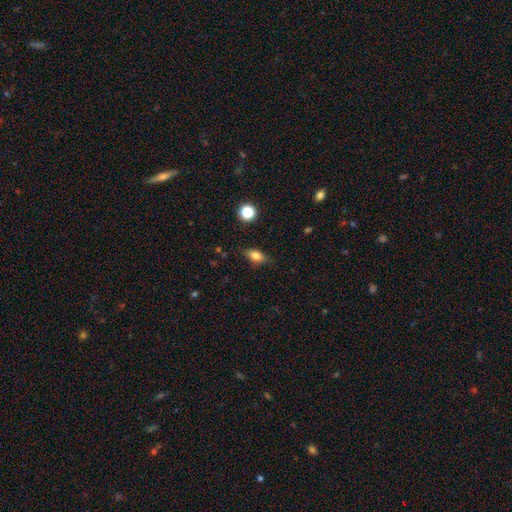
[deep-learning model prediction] This appears to be a smooth galaxy with no disk features (77%) that is in between round and cigar-shaped (77%). Merging: none (80%).